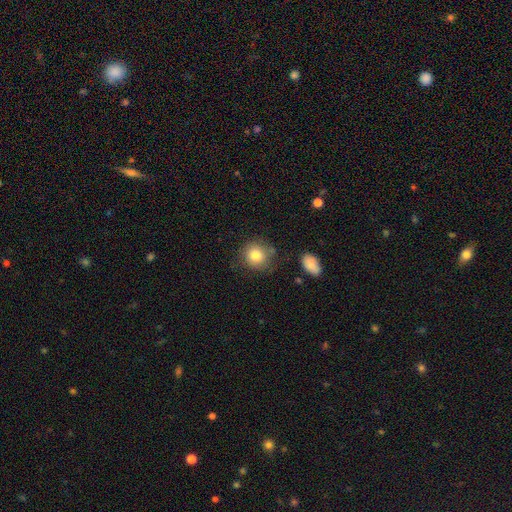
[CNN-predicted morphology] This appears to be a smooth galaxy with no disk features (82%) that is round (86%). Merging: none (76%).